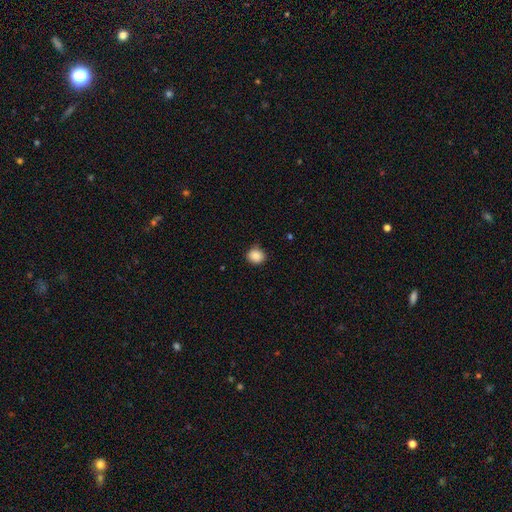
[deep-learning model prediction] A smooth galaxy with no disk features (88%) that is round (83%).

Vote fractions:
- Smooth or featured? smooth: 88% / star or artifact: 9% / featured or disk: 3%
- How rounded? round: 83% / in between: 16% / cigar-shaped: 1%
- Merging? none: 84% / minor disturbance: 12% / major disturbance: 3% / merger: 1%